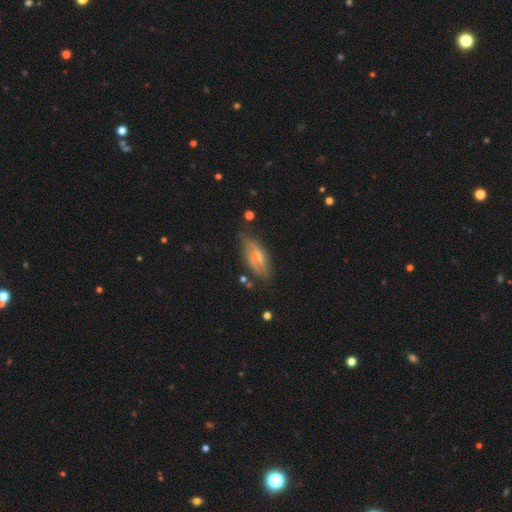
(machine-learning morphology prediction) smooth_or_featured: smooth (p=0.48) [alt: featured or disk p=0.41]
merging: none (p=0.65) [alt: minor disturbance p=0.25]